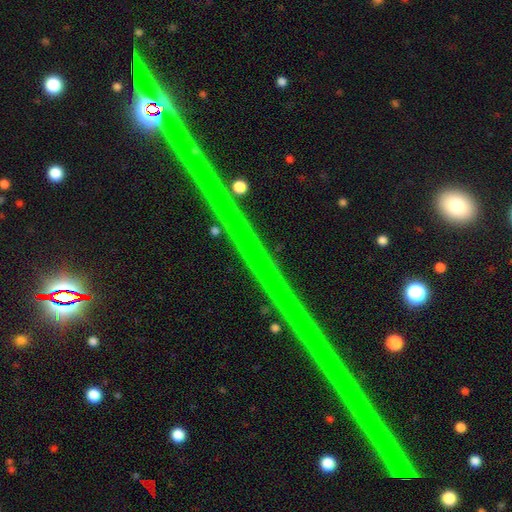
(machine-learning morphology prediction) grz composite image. It shows a star or artifact, not a galaxy (84%).